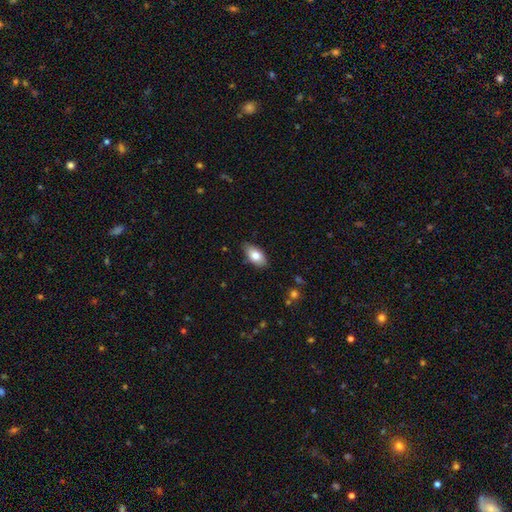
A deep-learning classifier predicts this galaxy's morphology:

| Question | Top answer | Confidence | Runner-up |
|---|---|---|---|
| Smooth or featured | smooth | 79% | featured or disk (14%) |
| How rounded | in between | 92% | cigar-shaped (4%) |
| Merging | none | 81% | minor disturbance (16%) |